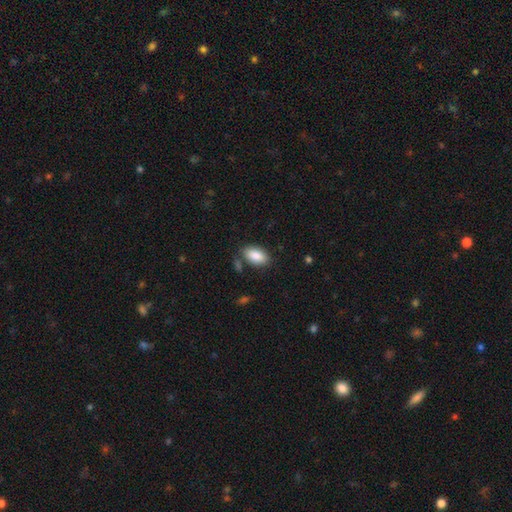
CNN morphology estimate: A smooth galaxy with no disk features (88%) that is in between round and cigar-shaped (94%). Merging: none (78%).